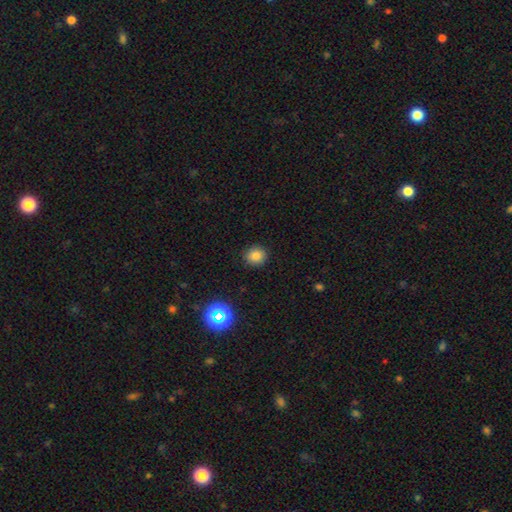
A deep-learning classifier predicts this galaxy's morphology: Smooth or featured? Predicted: smooth (p=0.81). How rounded? Predicted: round (p=0.88). Merging? Predicted: none (p=0.90).